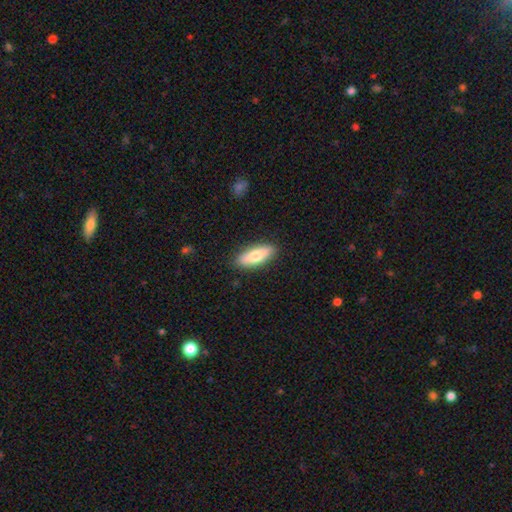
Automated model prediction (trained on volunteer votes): Smooth or featured?
  - smooth: 70% *
  - featured or disk: 24%
  - star or artifact: 6%
How rounded?
  - in between: 63% *
  - cigar-shaped: 35%
  - round: 2%
Merging?
  - none: 88% *
  - minor disturbance: 9%
  - major disturbance: 2%
  - merger: 1%